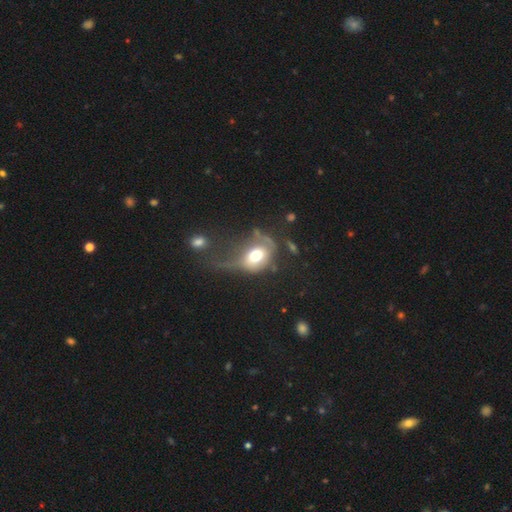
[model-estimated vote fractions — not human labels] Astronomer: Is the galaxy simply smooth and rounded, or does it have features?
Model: smooth — 57% (runner-up: featured or disk, 33%).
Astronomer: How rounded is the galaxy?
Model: in between — 61% (runner-up: round, 37%).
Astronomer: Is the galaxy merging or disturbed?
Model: major disturbance — 50%.